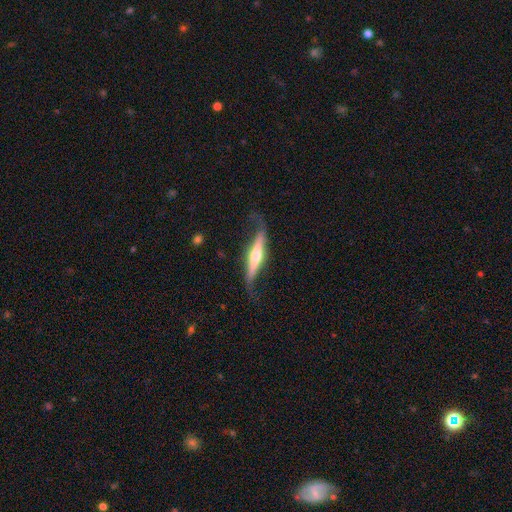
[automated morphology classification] Smooth or featured: featured or disk — 74% (smooth — 22%)
Edge-on disk: yes — 80% (no — 20%)
Edge-on bulge: rounded — 82% (boxy — 9%)
Merging: none — 57% (minor disturbance — 25%)